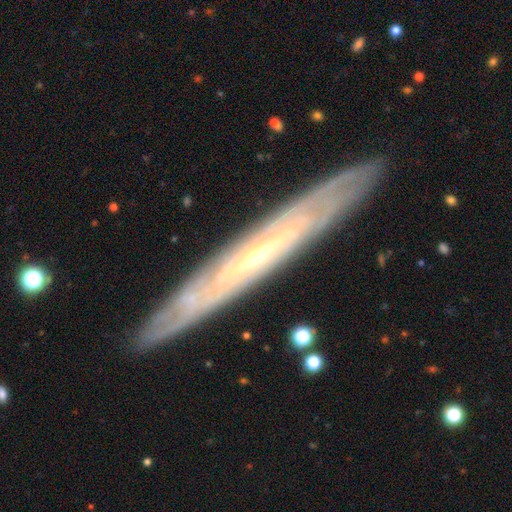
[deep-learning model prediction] Morphology: type=featured or disk (80%); edge-on=yes (62%); merging=none (87%).